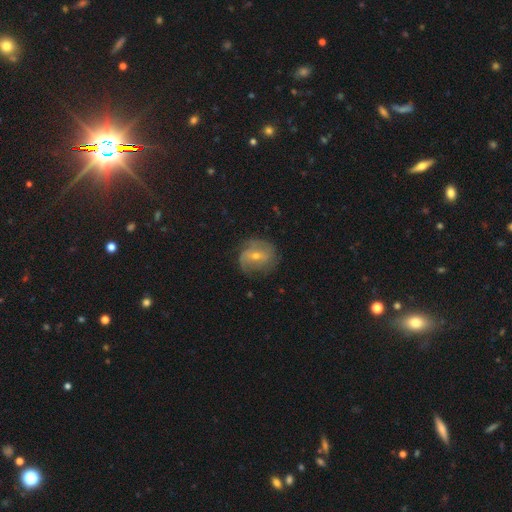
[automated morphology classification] type=featured or disk (68%); edge-on=no (96%); bar=weak (47%); spiral arms=yes (83%); winding=tight (39%, tied with medium); arm count=2 (45%); bulge=small (53%); merging=none (73%).